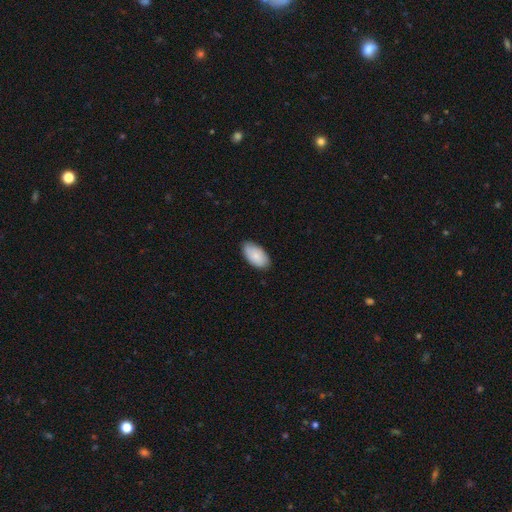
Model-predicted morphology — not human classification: Smooth or featured? smooth (85%)
How rounded? in between (96%)
Merging? none (84%)